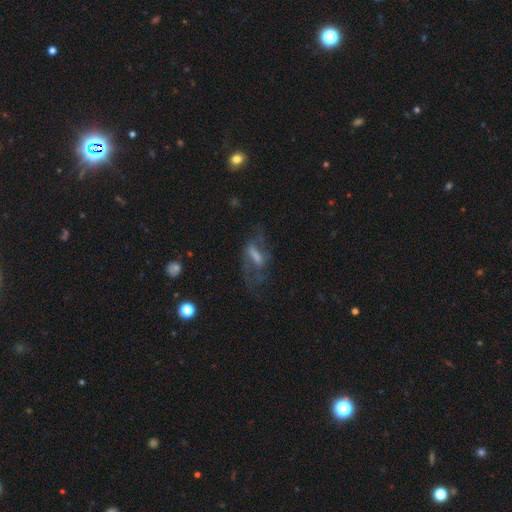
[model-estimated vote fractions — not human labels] A featured or disk galaxy (65%) with a strong bar (44%), spiral arms (75%) and a moderate central bulge (32%). Merging: none (55%).